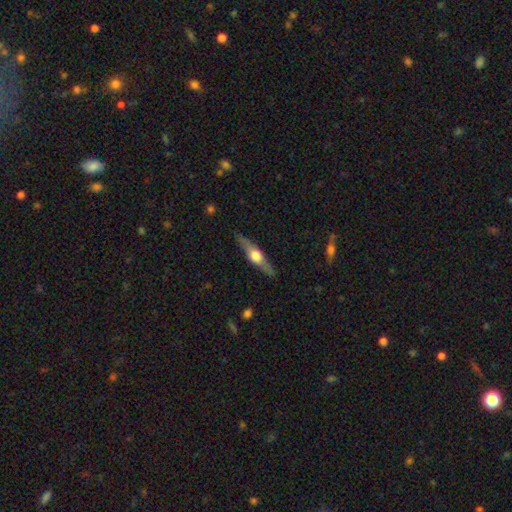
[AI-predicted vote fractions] A featured or disk galaxy (70%) viewed edge-on (96%) with a rounded central bulge (94%).

Vote fractions:
- Smooth or featured? featured or disk: 70% / smooth: 25% / star or artifact: 5%
- Edge-on disk? yes: 96% / no: 4%
- Edge-on bulge? rounded: 94% / boxy: 4% / none: 2%
- Merging? none: 87% / minor disturbance: 9% / major disturbance: 2% / merger: 1%